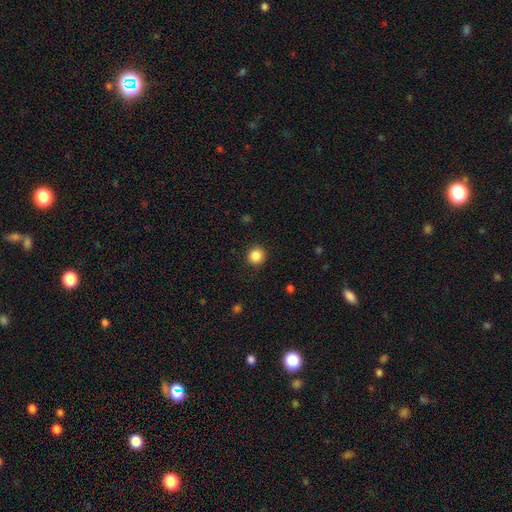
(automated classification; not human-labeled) Smooth or featured? Predicted: smooth (p=0.86). How rounded? Predicted: round (p=0.93). Merging? Predicted: none (p=0.90).